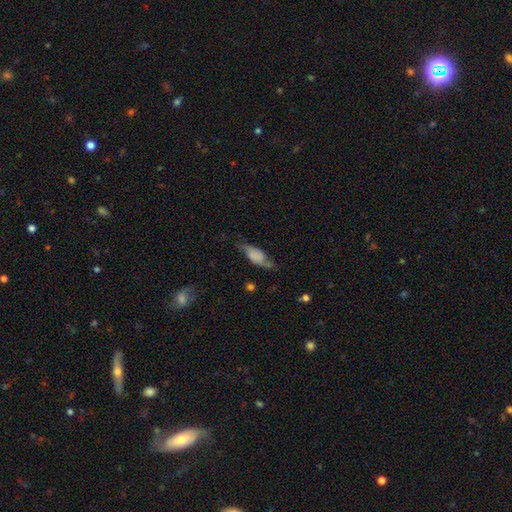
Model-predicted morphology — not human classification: Smooth or featured? smooth (58%)
How rounded? in between (81%)
Merging? none (50%)